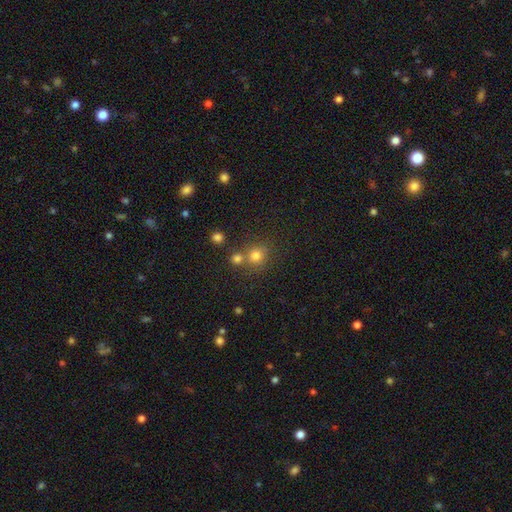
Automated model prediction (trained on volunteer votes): smooth_or_featured: smooth (p=0.76) [alt: star or artifact p=0.16]
how_rounded: round (p=0.87) [alt: in between p=0.12]
merging: none (p=0.60) [alt: merger p=0.28]